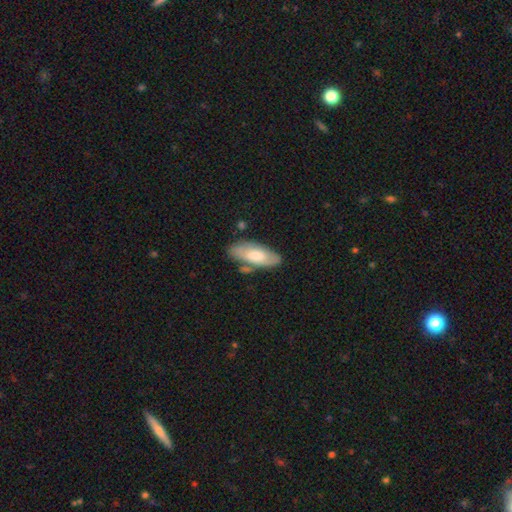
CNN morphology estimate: Q: Smooth or featured?
A: smooth (67%); runner-up: featured or disk (27%)
Q: How rounded?
A: in between (81%); runner-up: cigar-shaped (17%)
Q: Merging?
A: none (66%); runner-up: minor disturbance (20%)